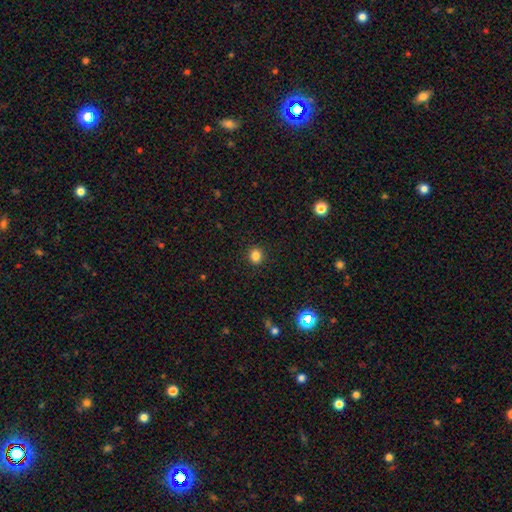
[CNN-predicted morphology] Smooth or featured? smooth (84%)
How rounded? round (78%)
Merging? none (91%)